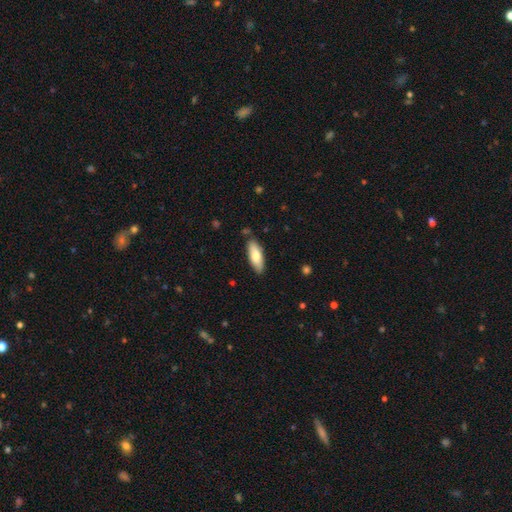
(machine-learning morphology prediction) This appears to be a smooth galaxy with no disk features (75%) that is in between round and cigar-shaped (65%). Merging: none (84%).